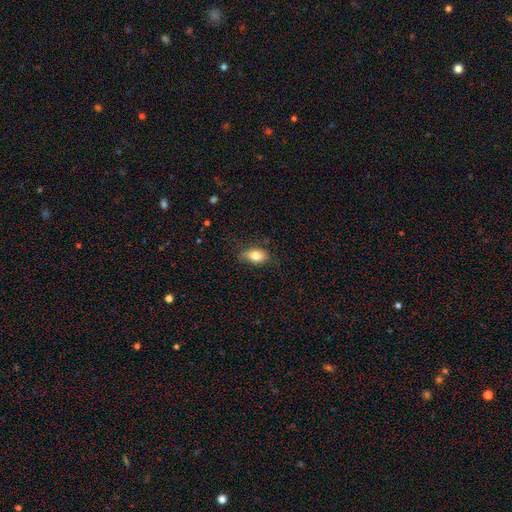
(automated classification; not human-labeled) smooth-or-featured: smooth: 80% | featured or disk: 12% | star or artifact: 8%
  how-rounded: in between: 86% | round: 9% | cigar-shaped: 4%
  merging: none: 73% | minor disturbance: 21% | major disturbance: 5% | merger: 1%